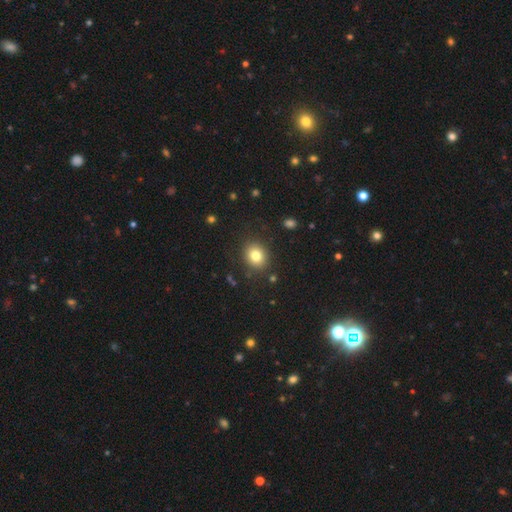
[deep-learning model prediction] A smooth galaxy with no disk features (81%) that is round (66%). Merging: none (87%).